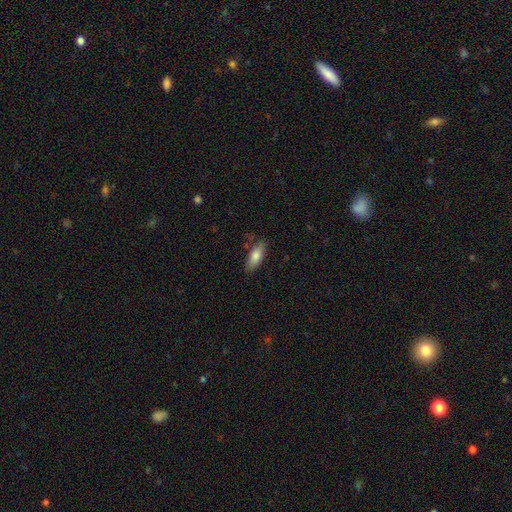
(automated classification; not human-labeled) smooth 79%, featured or disk 14%, star or artifact 6%. Down the decision tree: how rounded — in between (74%); merging — none (79%).